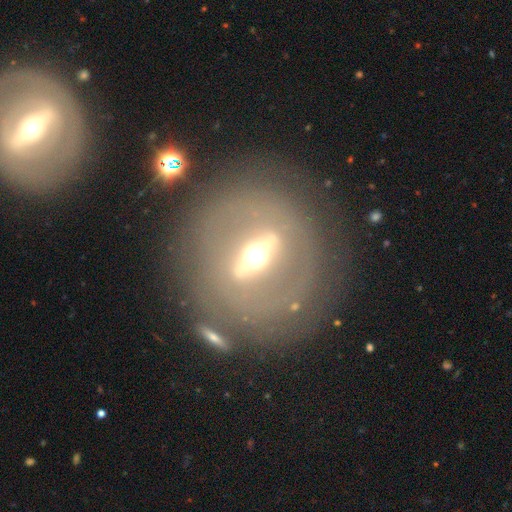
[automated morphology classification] smooth_or_featured: featured or disk (p=0.75) [alt: smooth p=0.16]
disk_edge_on: no (p=0.62) [alt: yes p=0.38]
merging: none (p=0.79) [alt: minor disturbance p=0.09]